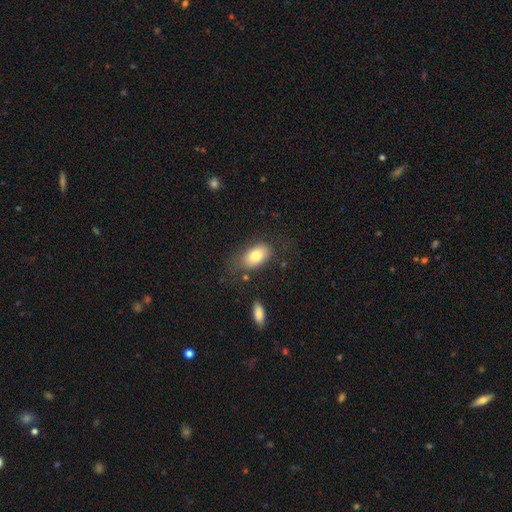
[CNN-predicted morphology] A smooth galaxy with no disk features (78%) that is in between round and cigar-shaped (91%).

Vote fractions:
- Smooth or featured? smooth: 78% / featured or disk: 14% / star or artifact: 7%
- How rounded? in between: 91% / round: 7% / cigar-shaped: 2%
- Merging? none: 67% / minor disturbance: 20% / major disturbance: 9% / merger: 4%